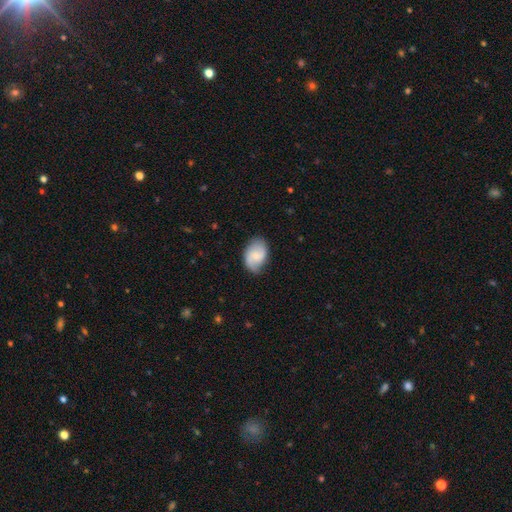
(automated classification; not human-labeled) This appears to be a smooth galaxy with no disk features (48%). Merging: none (70%).